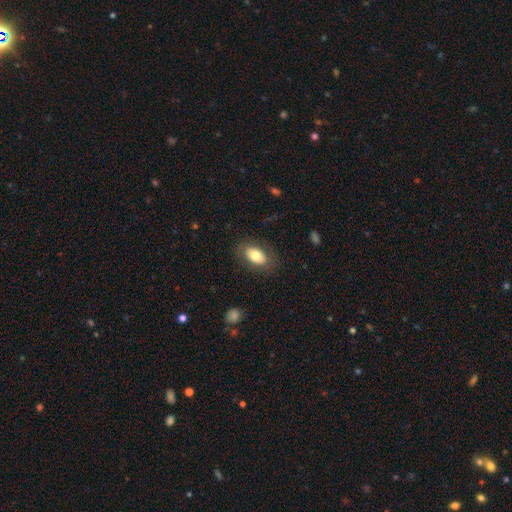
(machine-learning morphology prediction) Smooth or featured?
  - smooth: 75% *
  - featured or disk: 18%
  - star or artifact: 7%
How rounded?
  - in between: 91% *
  - round: 8%
  - cigar-shaped: 2%
Merging?
  - none: 82% *
  - minor disturbance: 12%
  - major disturbance: 5%
  - merger: 1%